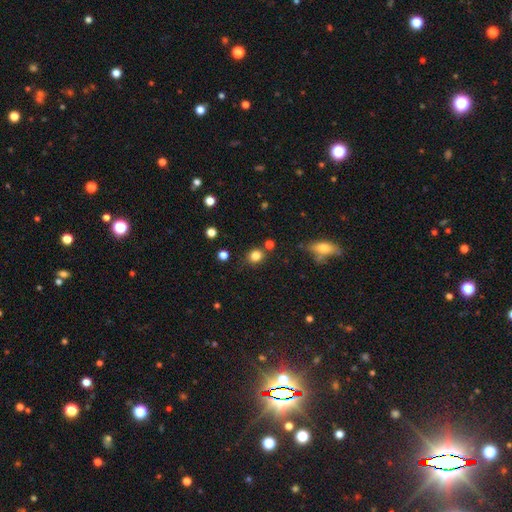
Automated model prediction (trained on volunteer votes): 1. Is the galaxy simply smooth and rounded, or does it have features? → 83% smooth, 12% star or artifact, 5% featured or disk.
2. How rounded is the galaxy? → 75% round, 24% in between, 1% cigar-shaped.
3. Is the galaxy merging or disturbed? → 80% none, 11% minor disturbance, 6% merger, 3% major disturbance.